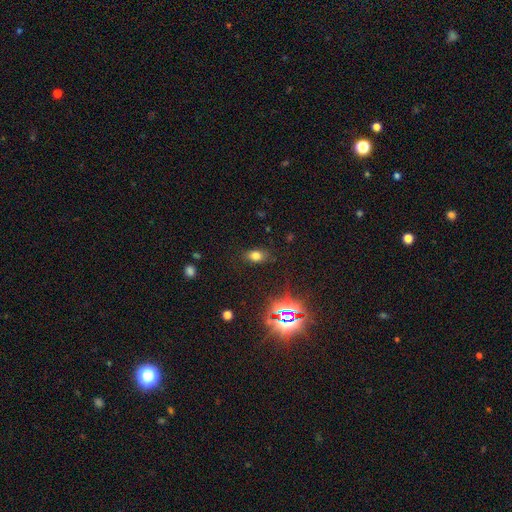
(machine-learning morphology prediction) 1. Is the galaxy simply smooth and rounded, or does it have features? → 70% smooth, 21% star or artifact, 8% featured or disk.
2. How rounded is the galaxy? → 80% in between, 18% round, 2% cigar-shaped.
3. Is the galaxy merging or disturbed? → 82% none, 12% minor disturbance, 4% major disturbance, 2% merger.